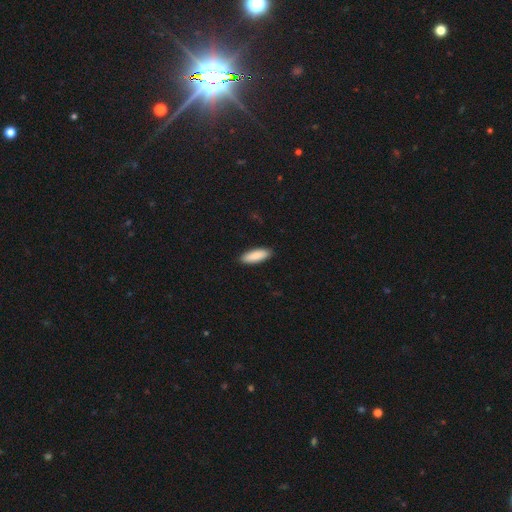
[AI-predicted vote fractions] A smooth galaxy with no disk features (89%) that is in between round and cigar-shaped (59%). Merging: none (90%).